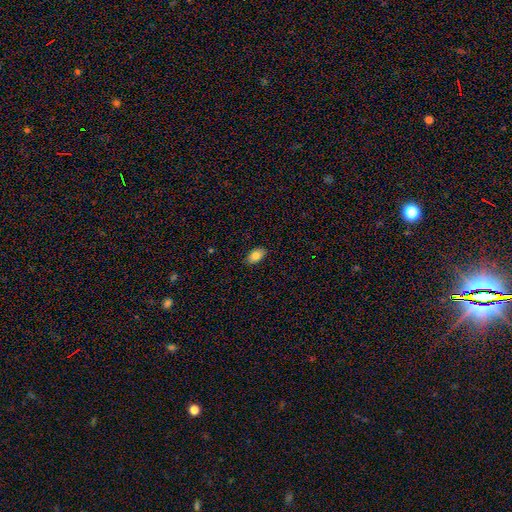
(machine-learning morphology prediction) Smooth or featured: smooth — 83% (featured or disk — 9%)
How rounded: in between — 92% (round — 6%)
Merging: none — 86% (minor disturbance — 11%)